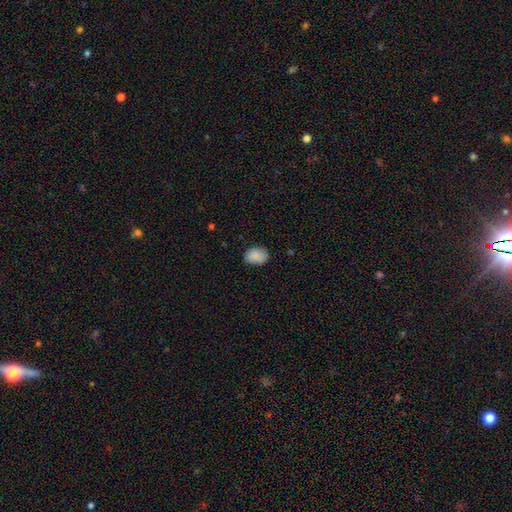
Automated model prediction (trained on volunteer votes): A smooth galaxy with no disk features (88%) that is in between round and cigar-shaped (74%). Merging: none (80%).